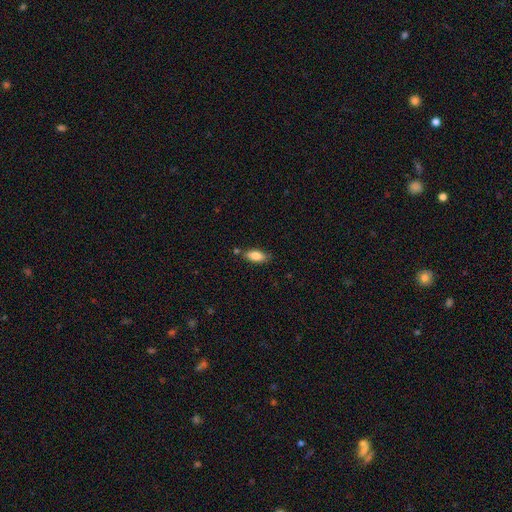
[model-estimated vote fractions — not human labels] Smooth or featured?
  - smooth: 83% *
  - featured or disk: 10%
  - star or artifact: 7%
How rounded?
  - in between: 86% *
  - cigar-shaped: 11%
  - round: 3%
Merging?
  - none: 75% *
  - minor disturbance: 16%
  - merger: 6%
  - major disturbance: 3%